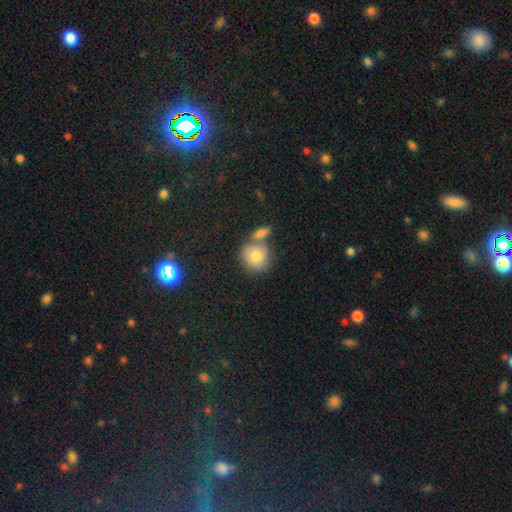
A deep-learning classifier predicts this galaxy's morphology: Smooth or featured?
  - smooth: 76% *
  - featured or disk: 14%
  - star or artifact: 10%
How rounded?
  - round: 81% *
  - in between: 18%
  - cigar-shaped: 1%
Merging?
  - none: 50% *
  - merger: 34%
  - minor disturbance: 12%
  - major disturbance: 4%